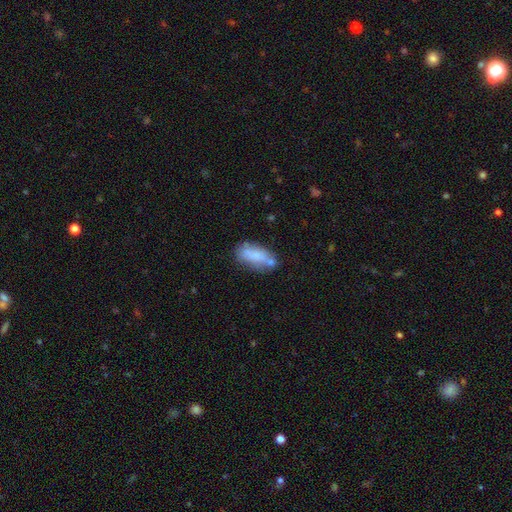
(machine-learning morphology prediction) smooth 71%, featured or disk 21%, star or artifact 8%. Down the decision tree: how rounded — in between (78%); merging — none (50%).